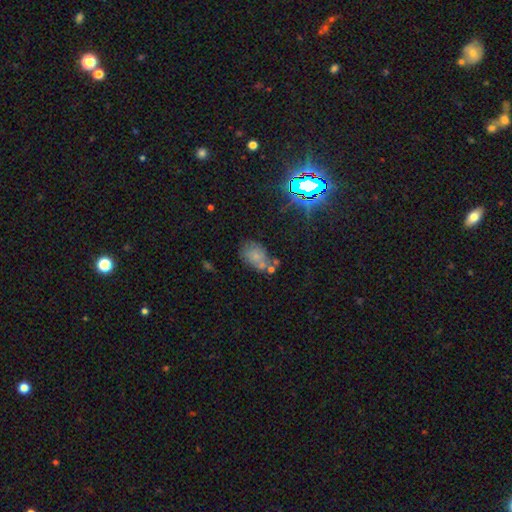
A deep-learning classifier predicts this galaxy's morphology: This appears to be a smooth galaxy with no disk features (60%) that is in between round and cigar-shaped (81%). Merging: none (45%).